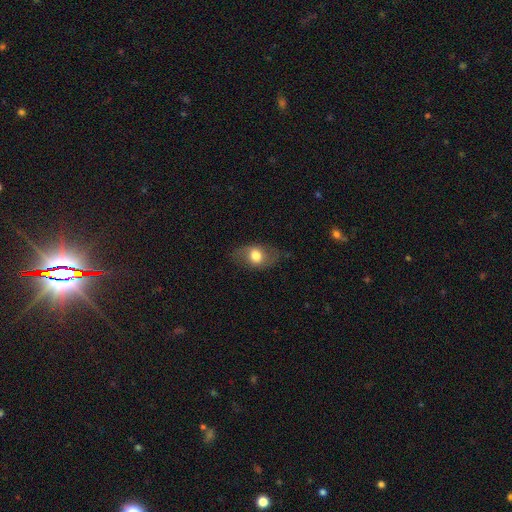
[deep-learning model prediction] A smooth galaxy with no disk features (61%) that is in between round and cigar-shaped (75%). Merging: none (74%).